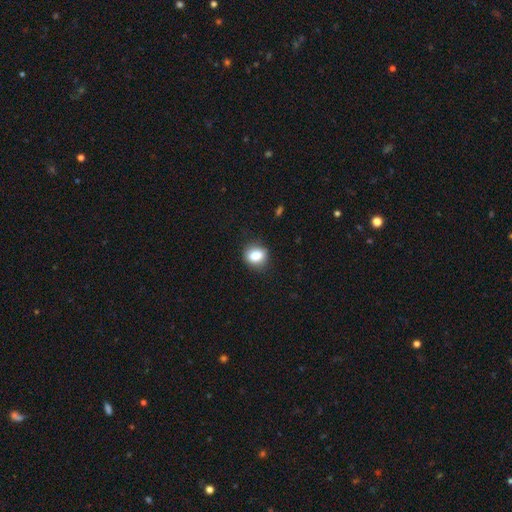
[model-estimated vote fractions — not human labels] The model was most divided on "how rounded": round: 59%, in between: 39%, cigar-shaped: 1%. More confident: merging — none (85%); smooth or featured — smooth (83%).